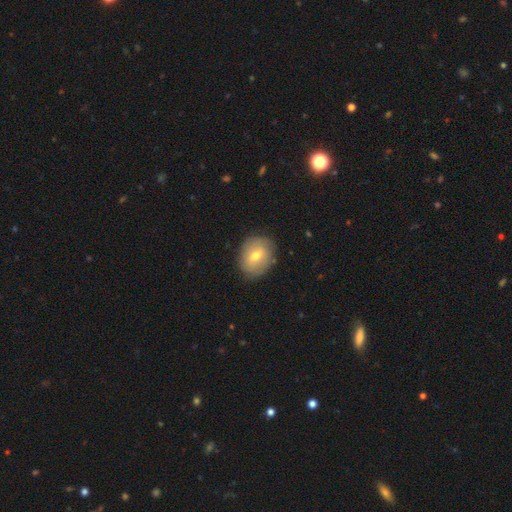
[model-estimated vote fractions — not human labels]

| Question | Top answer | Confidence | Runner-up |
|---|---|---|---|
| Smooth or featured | smooth | 59% | featured or disk (33%) |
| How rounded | round | 56% | in between (43%) |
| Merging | none | 84% | minor disturbance (12%) |